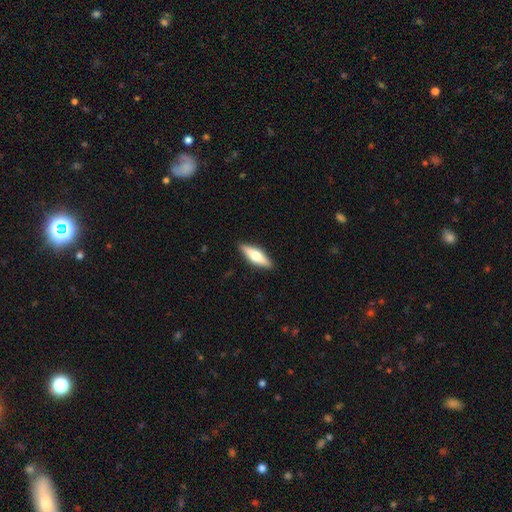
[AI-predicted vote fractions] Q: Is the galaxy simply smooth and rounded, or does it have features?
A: smooth — 55%.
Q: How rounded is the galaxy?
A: cigar-shaped — 51%.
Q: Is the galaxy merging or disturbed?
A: none — 89%.